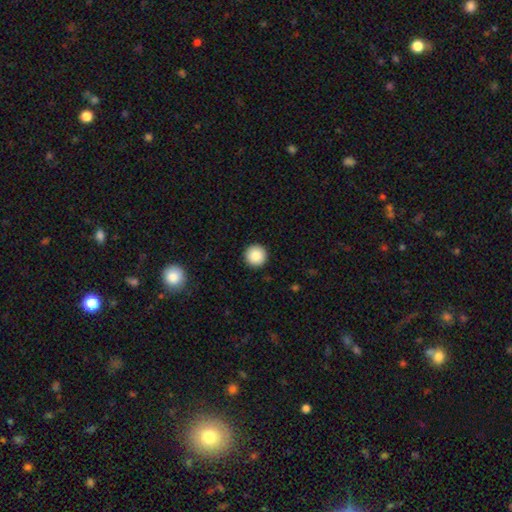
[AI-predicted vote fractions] This appears to be a smooth galaxy with no disk features (86%) that is round (97%). Merging: none (93%).